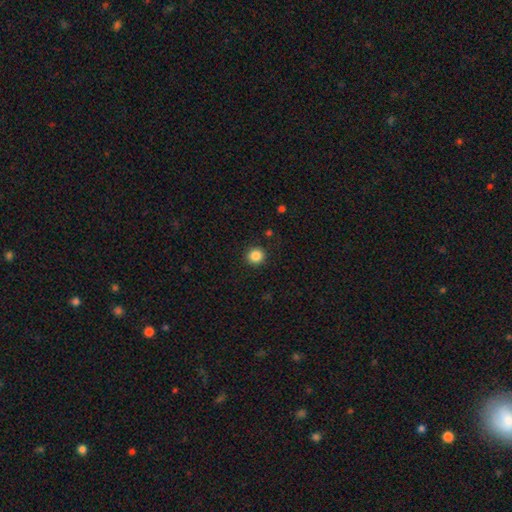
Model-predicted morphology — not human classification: The model was most divided on "smooth or featured": smooth: 85%, star or artifact: 11%, featured or disk: 4%. More confident: how rounded — round (93%); merging — none (91%).